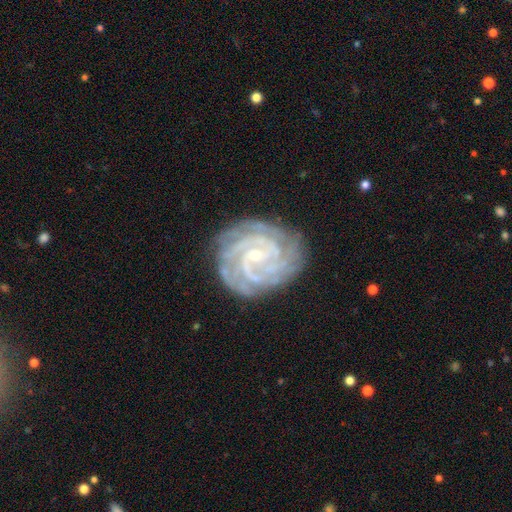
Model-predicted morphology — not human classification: Smooth or featured? Predicted: featured or disk (p=0.90). Edge-on disk? Predicted: no (p=0.98). Bar? Predicted: no (p=0.54). Spiral arms? Predicted: yes (p=0.98). Spiral winding? Predicted: tight (p=0.78). Spiral arm count? Predicted: 3 (p=0.25). Bulge size? Predicted: small (p=0.82). Merging? Predicted: none (p=0.79).